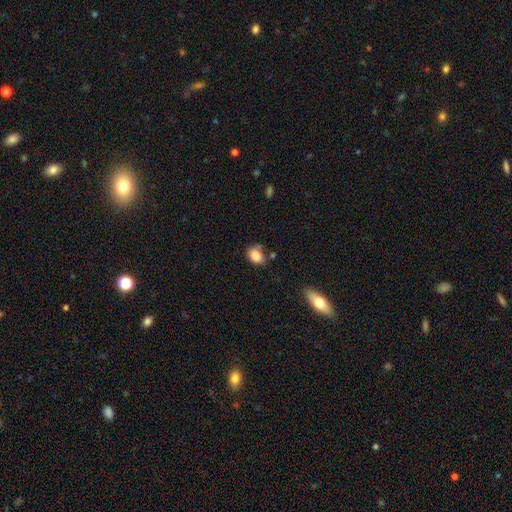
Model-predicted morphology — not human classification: Smooth or featured?
  - smooth: 85% *
  - star or artifact: 9%
  - featured or disk: 6%
How rounded?
  - in between: 81% *
  - round: 17%
  - cigar-shaped: 2%
Merging?
  - none: 61% *
  - minor disturbance: 23%
  - merger: 10%
  - major disturbance: 6%